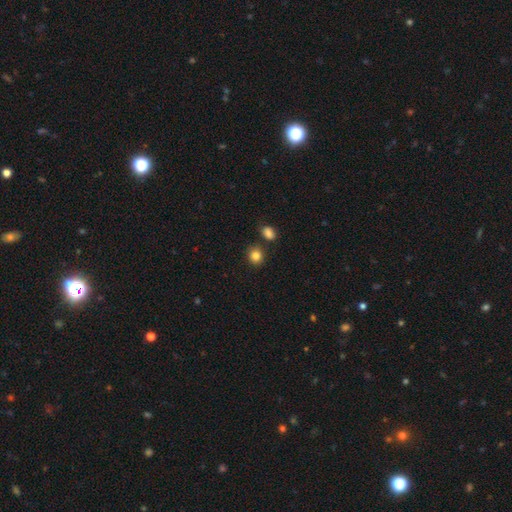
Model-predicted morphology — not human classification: A smooth galaxy with no disk features (84%) that is round (82%). Merging: none (80%).